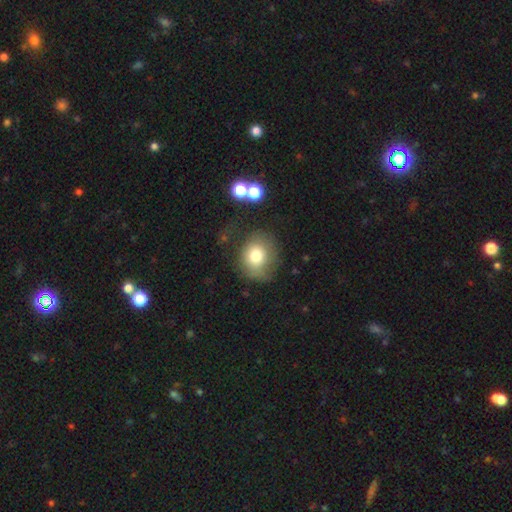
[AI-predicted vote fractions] Q: Smooth or featured?
A: smooth (76%); runner-up: featured or disk (14%)
Q: How rounded?
A: round (73%); runner-up: in between (26%)
Q: Merging?
A: none (57%); runner-up: minor disturbance (24%)